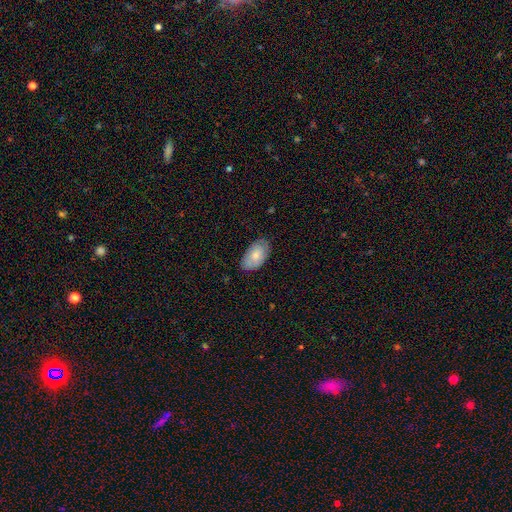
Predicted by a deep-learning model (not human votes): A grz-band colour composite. It shows a smooth galaxy with no disk features (73%) that is in between round and cigar-shaped (94%). Merging: none (76%).